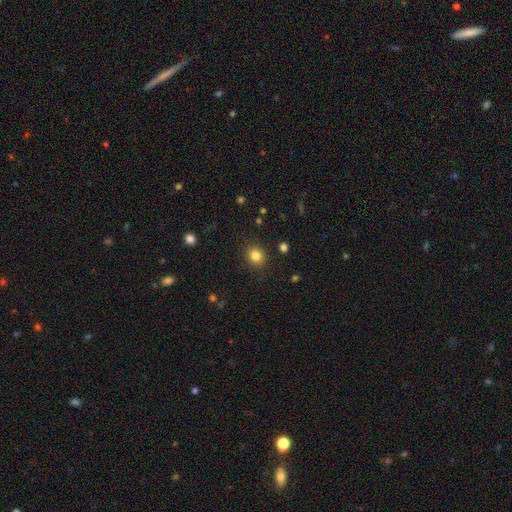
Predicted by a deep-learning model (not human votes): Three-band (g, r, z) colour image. It shows a smooth galaxy with no disk features (83%) that is round (73%). Merging: none (89%).